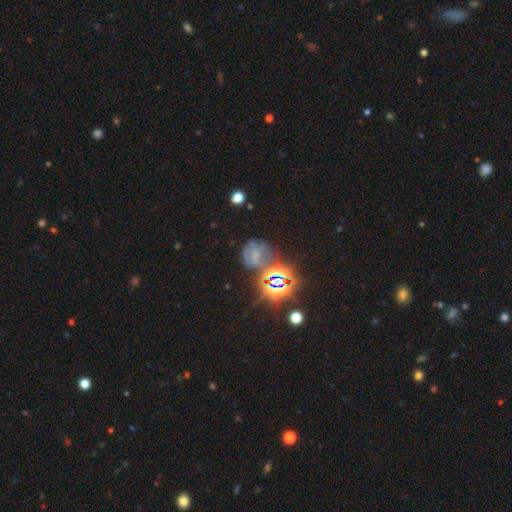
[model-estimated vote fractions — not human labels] A star or artifact, not a galaxy (45%).

Vote fractions:
- Smooth or featured? star or artifact: 45% / smooth: 30% / featured or disk: 25%